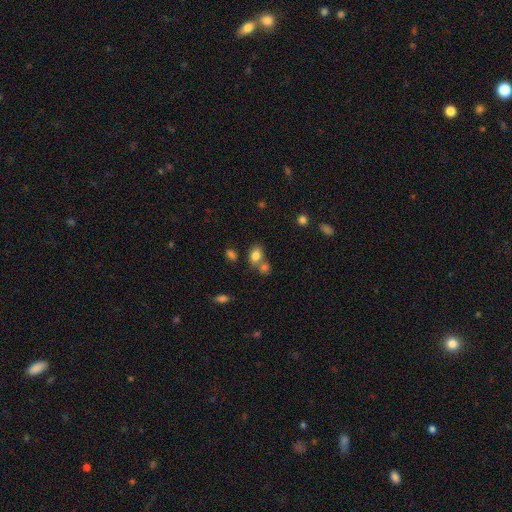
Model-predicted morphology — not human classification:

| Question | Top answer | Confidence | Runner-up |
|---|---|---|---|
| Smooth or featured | smooth | 81% | star or artifact (11%) |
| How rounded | in between | 70% | round (28%) |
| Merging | none | 50% | merger (35%) |